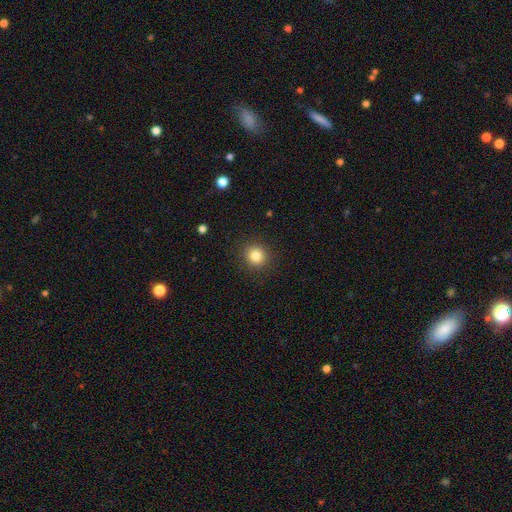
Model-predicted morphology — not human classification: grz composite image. It shows a smooth galaxy with no disk features (83%) that is round (90%). Merging: none (91%).